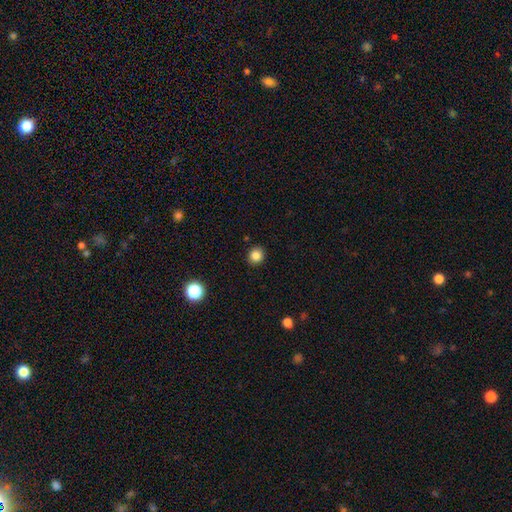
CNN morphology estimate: This appears to be a smooth galaxy with no disk features (84%) that is round (85%). Merging: none (90%).